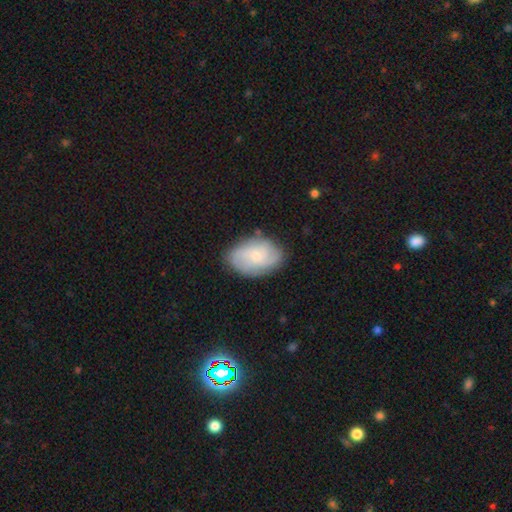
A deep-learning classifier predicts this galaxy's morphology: Smooth or featured? featured or disk (56%)
Edge-on disk? no (97%)
Bar? no (75%)
Spiral arms? yes (86%)
Bulge size? small (71%)
Merging? none (77%)